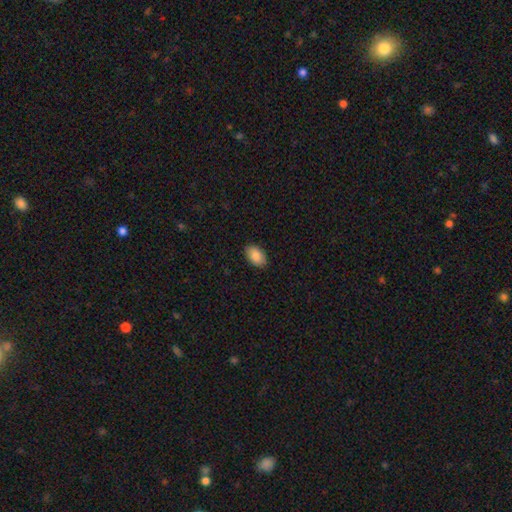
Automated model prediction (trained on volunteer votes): smooth-or-featured: smooth: 89% | star or artifact: 7% | featured or disk: 5%
  how-rounded: in between: 93% | round: 6% | cigar-shaped: 1%
  merging: none: 89% | minor disturbance: 8% | major disturbance: 2% | merger: 1%